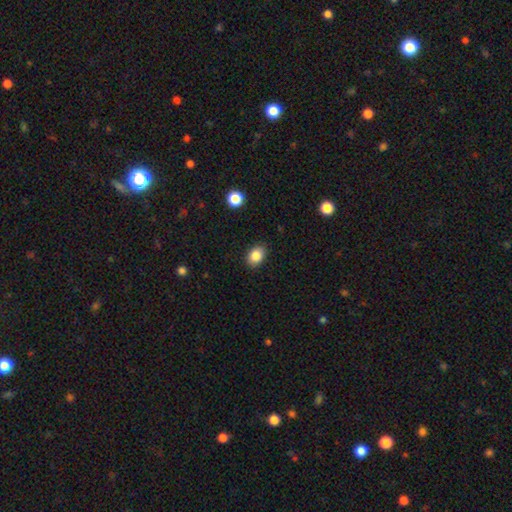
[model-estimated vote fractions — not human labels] smooth 85%, star or artifact 9%, featured or disk 6%. Down the decision tree: how rounded — in between (70%); merging — none (88%).